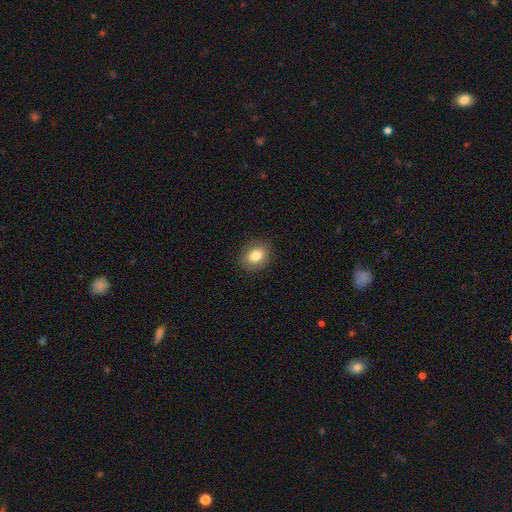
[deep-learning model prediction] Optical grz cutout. It shows a smooth galaxy with no disk features (81%) that is in between round and cigar-shaped (55%). Merging: none (88%).